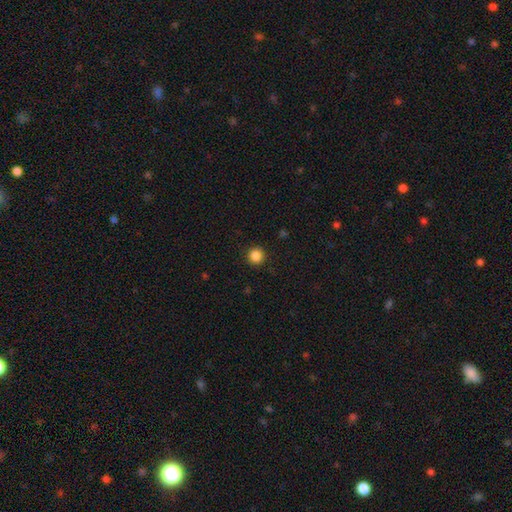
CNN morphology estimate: Smooth or featured: smooth — 86% (star or artifact — 11%)
How rounded: round — 96% (in between — 4%)
Merging: none — 92% (minor disturbance — 5%)